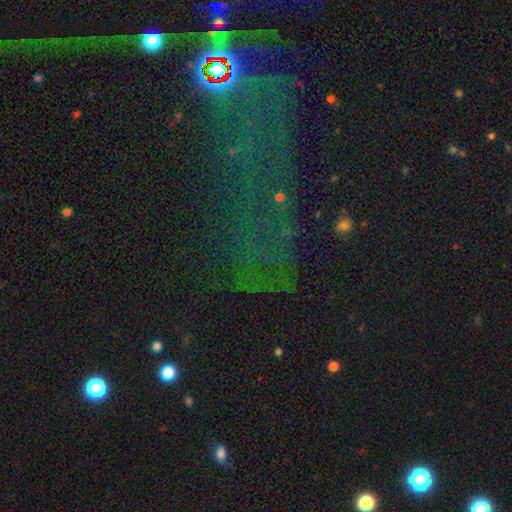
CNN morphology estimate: Q: Smooth or featured?
A: star or artifact (68%); runner-up: smooth (16%)